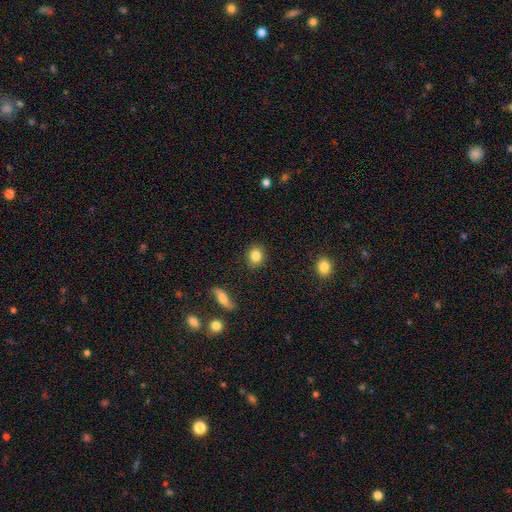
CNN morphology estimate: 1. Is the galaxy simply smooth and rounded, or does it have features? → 84% smooth, 9% star or artifact, 7% featured or disk.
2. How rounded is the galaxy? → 75% round, 23% in between, 1% cigar-shaped.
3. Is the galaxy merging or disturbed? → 89% none, 7% minor disturbance, 2% major disturbance, 2% merger.